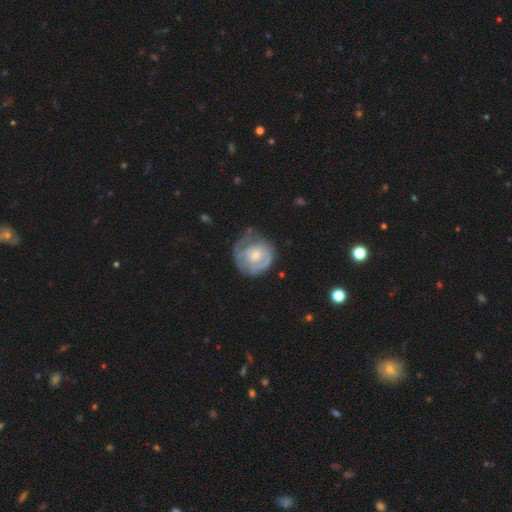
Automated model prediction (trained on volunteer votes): This is likely a featured or disk galaxy (61%). It is clearly not viewed edge-on (97%). Bar: likely no (75%). Spiral arm pattern: likely yes (71%). Central bulge: possibly small (50%). Merging: possibly none (49%).